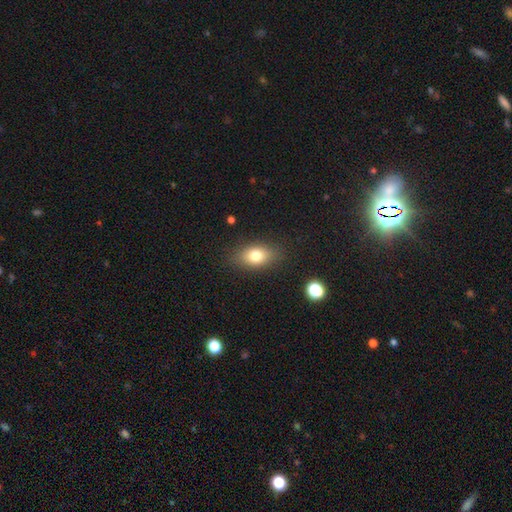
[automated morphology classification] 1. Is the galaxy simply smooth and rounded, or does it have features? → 77% smooth, 13% featured or disk, 10% star or artifact.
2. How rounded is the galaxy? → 82% in between, 14% round, 4% cigar-shaped.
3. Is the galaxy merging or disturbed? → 84% none, 11% minor disturbance, 3% major disturbance, 1% merger.